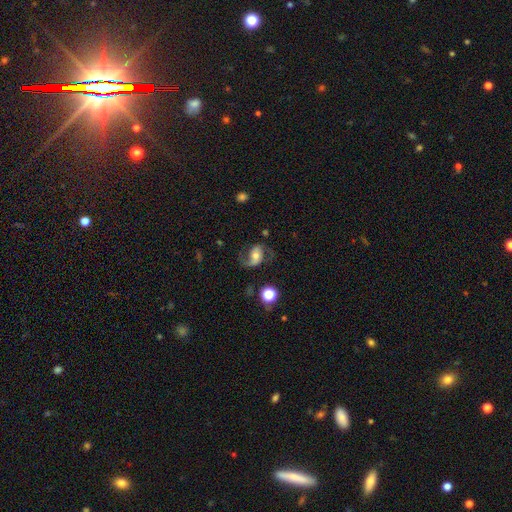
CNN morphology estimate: Overall: featured or disk (76%). Edge-on disk: no (97%). Bar: no (47%; weak 34%). Spiral arms: yes (93%). Spiral arm count: 2 (87%). Spiral winding: loose (48%; medium 41%). Bulge size: moderate (61%; small 26%). Merging: none (67%).